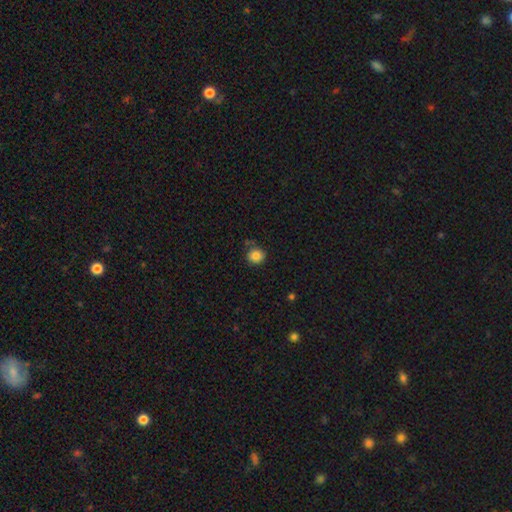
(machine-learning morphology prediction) The model was most divided on "merging": none: 74%, minor disturbance: 16%, merger: 5%, major disturbance: 4%. More confident: how rounded — round (87%); smooth or featured — smooth (84%).